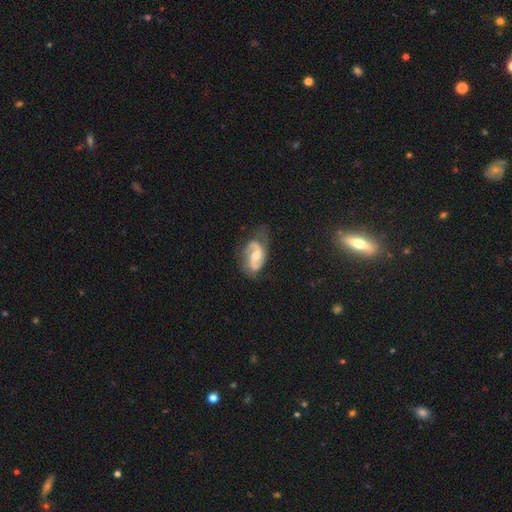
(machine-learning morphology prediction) A featured or disk galaxy (83%) with a weak bar (45%), 2 (87%) medium (48%) spiral arms (94%) and a moderate central bulge (64%).

Vote fractions:
- Smooth or featured? featured or disk: 83% / smooth: 12% / star or artifact: 5%
- Edge-on disk? no: 97% / yes: 3%
- Bar? weak: 45% / no: 36% / strong: 19%
- Spiral arms? yes: 94% / no: 6%
- Spiral winding? medium: 48% / loose: 32% / tight: 20%
- Spiral arm count? 2: 87% / 1: 5% / can't tell: 5% / 3: 1% / 4: 1% / more than 4: 1%
- Bulge size? moderate: 64% / small: 29% / large: 4% / none: 2% / dominant: 1%
- Merging? none: 56% / minor disturbance: 28% / major disturbance: 14% / merger: 2%